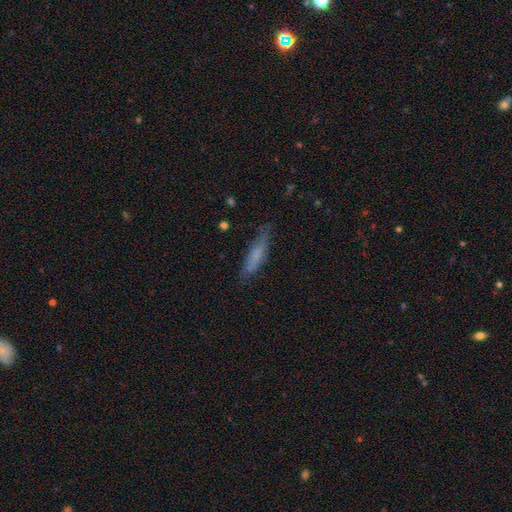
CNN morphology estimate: Q: Smooth or featured?
A: smooth (60%); runner-up: featured or disk (31%)
Q: How rounded?
A: cigar-shaped (78%); runner-up: in between (20%)
Q: Merging?
A: none (70%); runner-up: minor disturbance (22%)